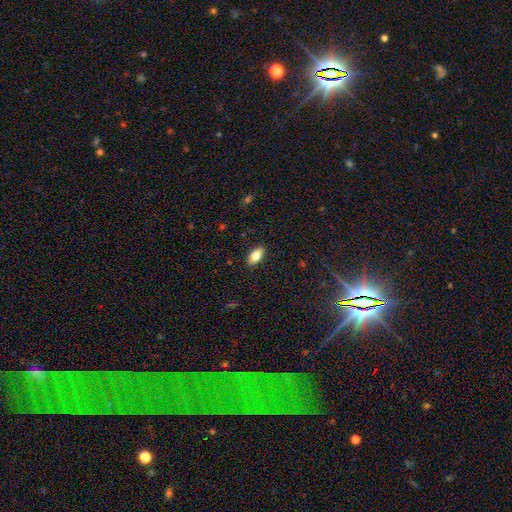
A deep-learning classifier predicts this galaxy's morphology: The model was most divided on "smooth or featured": smooth: 79%, featured or disk: 13%, star or artifact: 7%. More confident: how rounded — in between (91%); merging — none (89%).